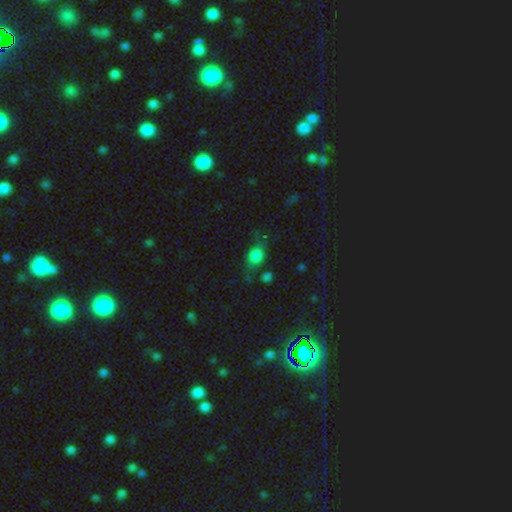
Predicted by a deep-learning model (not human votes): Smooth or featured? Predicted: smooth (p=0.74). How rounded? Predicted: in between (p=0.53). Merging? Predicted: none (p=0.53).